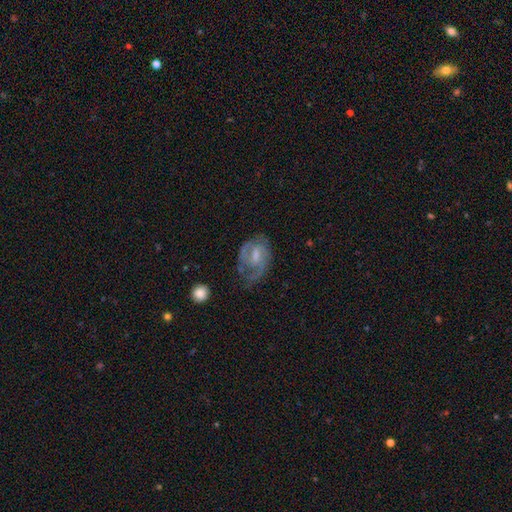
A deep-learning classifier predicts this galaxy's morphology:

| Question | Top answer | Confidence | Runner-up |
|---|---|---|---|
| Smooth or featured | featured or disk | 70% | smooth (23%) |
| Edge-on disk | no | 97% | yes (3%) |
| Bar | weak | 56% | no (29%) |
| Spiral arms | yes | 82% | no (18%) |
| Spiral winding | medium | 46% | tight (33%) |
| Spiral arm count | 2 | 52% | can't tell (21%) |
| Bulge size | moderate | 39% | small (37%) |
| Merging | none | 44% | minor disturbance (27%) |